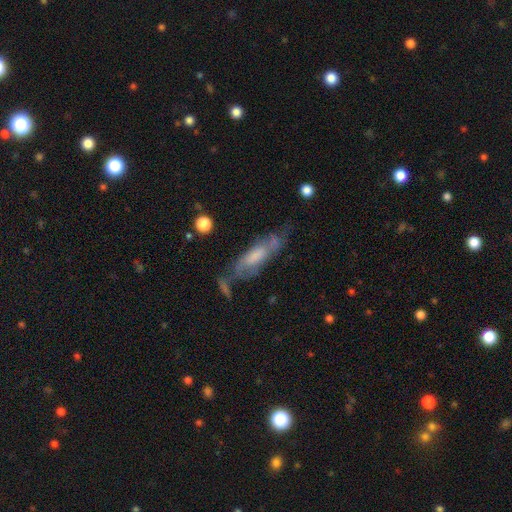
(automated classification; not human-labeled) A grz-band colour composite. It shows a featured or disk galaxy (55%). Merging: none (50%).